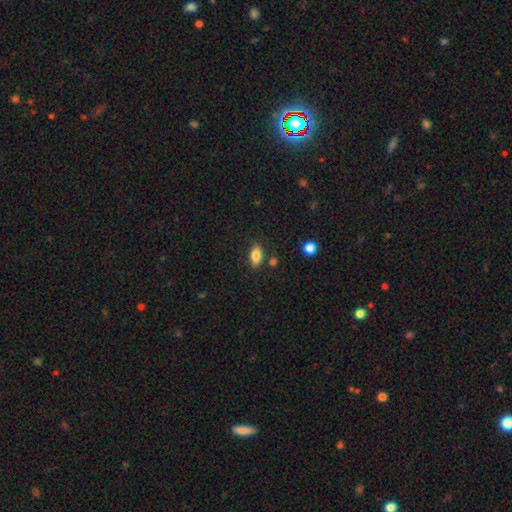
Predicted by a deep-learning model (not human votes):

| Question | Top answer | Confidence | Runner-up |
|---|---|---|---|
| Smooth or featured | smooth | 82% | featured or disk (11%) |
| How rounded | in between | 88% | cigar-shaped (8%) |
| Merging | none | 82% | minor disturbance (11%) |